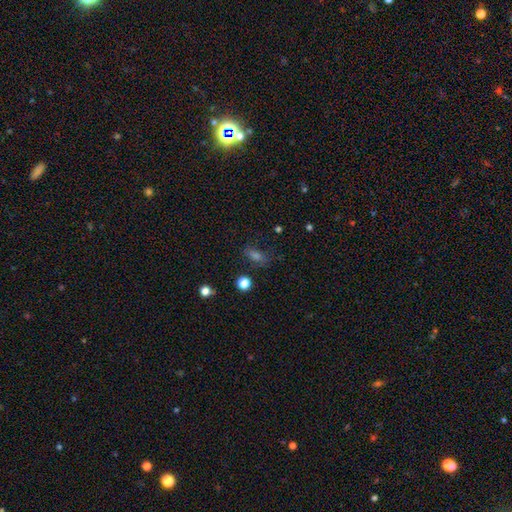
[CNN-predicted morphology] A smooth galaxy with no disk features (60%) that is in between round and cigar-shaped (75%).

Vote fractions:
- Smooth or featured? smooth: 60% / star or artifact: 27% / featured or disk: 13%
- How rounded? in between: 75% / round: 16% / cigar-shaped: 9%
- Merging? none: 70% / minor disturbance: 18% / major disturbance: 9% / merger: 3%